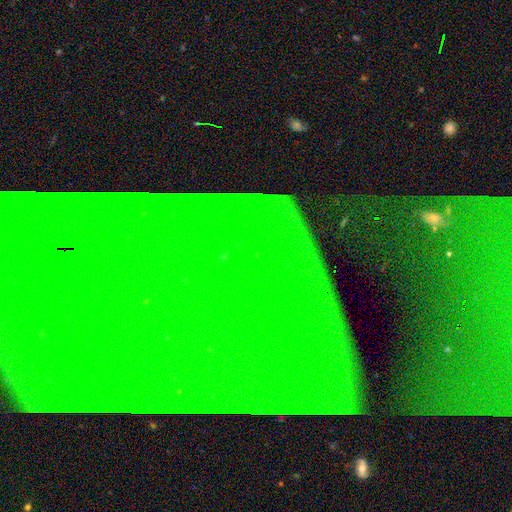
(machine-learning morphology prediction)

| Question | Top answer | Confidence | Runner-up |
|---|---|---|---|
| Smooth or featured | star or artifact | 86% | featured or disk (8%) |